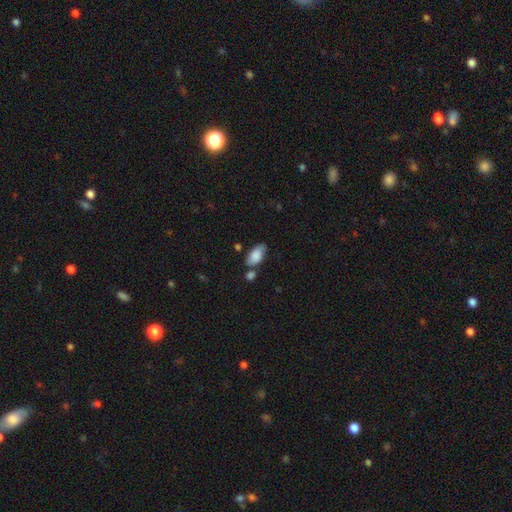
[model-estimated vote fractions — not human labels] Smooth or featured? smooth (82%)
How rounded? in between (91%)
Merging? none (64%)